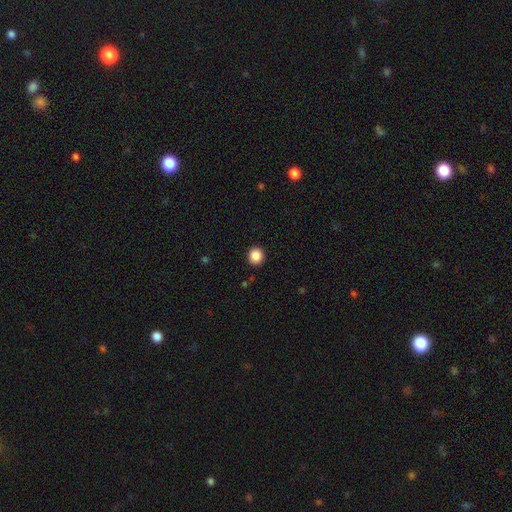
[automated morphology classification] Smooth or featured? Predicted: smooth (p=0.87). How rounded? Predicted: round (p=0.90). Merging? Predicted: none (p=0.92).